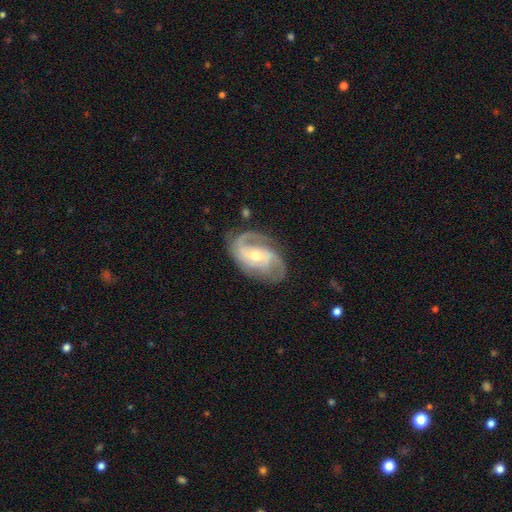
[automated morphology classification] A featured or disk galaxy (88%) with a weak bar (40%), 2 (55%) medium (49%) spiral arms (97%) and a moderate central bulge (50%).

Vote fractions:
- Smooth or featured? featured or disk: 88% / smooth: 7% / star or artifact: 5%
- Edge-on disk? no: 96% / yes: 4%
- Bar? weak: 40% / no: 37% / strong: 22%
- Spiral arms? yes: 97% / no: 3%
- Spiral winding? medium: 49% / tight: 32% / loose: 19%
- Spiral arm count? 2: 55% / 3: 24% / can't tell: 10% / 1: 4% / 4: 4% / more than 4: 3%
- Bulge size? moderate: 50% / small: 46% / large: 2% / none: 1% / dominant: 1%
- Merging? none: 71% / minor disturbance: 19% / major disturbance: 9% / merger: 2%